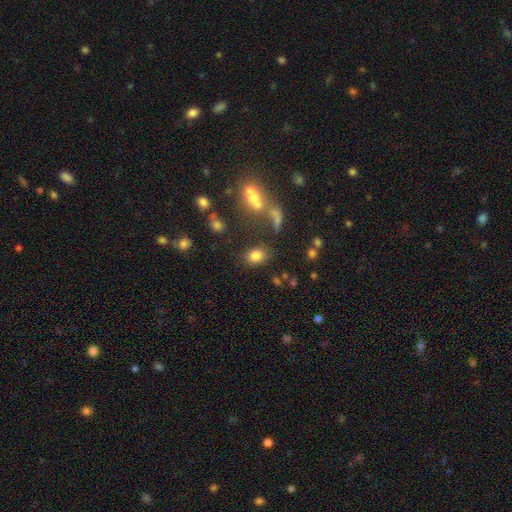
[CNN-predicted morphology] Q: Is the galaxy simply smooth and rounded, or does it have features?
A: smooth — 79%.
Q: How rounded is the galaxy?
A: in between — 66%.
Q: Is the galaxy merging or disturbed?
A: none — 75%.